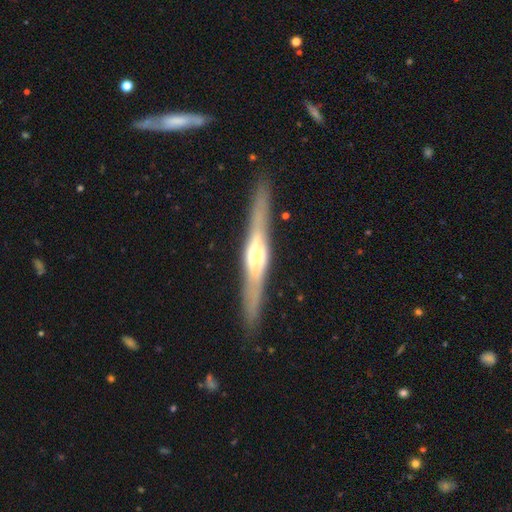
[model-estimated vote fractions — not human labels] Smooth or featured: featured or disk — 77% (smooth — 18%)
Edge-on disk: yes — 96% (no — 4%)
Edge-on bulge: rounded — 80% (boxy — 13%)
Merging: none — 90% (minor disturbance — 8%)